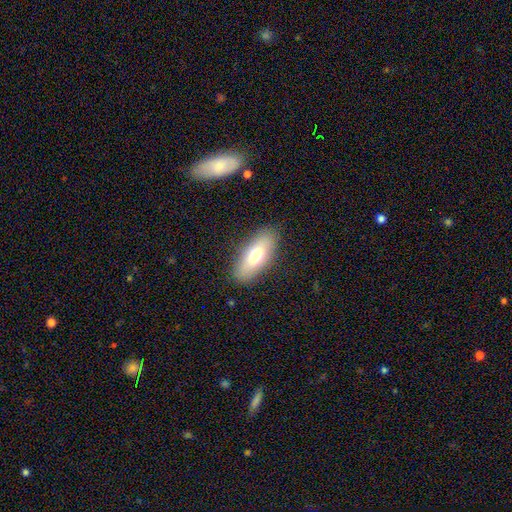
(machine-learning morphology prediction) smooth 71%, featured or disk 22%, star or artifact 7%. Down the decision tree: how rounded — in between (75%); merging — none (86%).